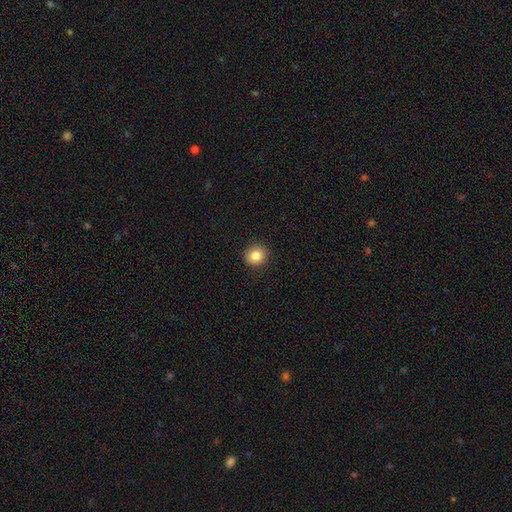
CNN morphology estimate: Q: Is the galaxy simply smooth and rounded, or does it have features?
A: smooth — 84%.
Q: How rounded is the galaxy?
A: round — 86%.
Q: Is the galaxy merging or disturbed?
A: none — 90%.